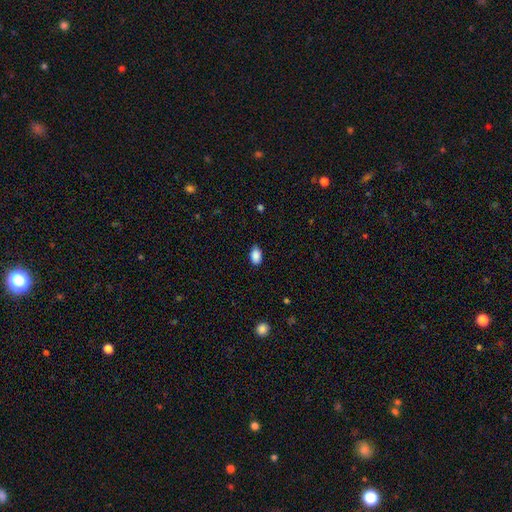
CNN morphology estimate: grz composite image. It shows a smooth galaxy with no disk features (88%) that is in between round and cigar-shaped (89%). Merging: none (79%).